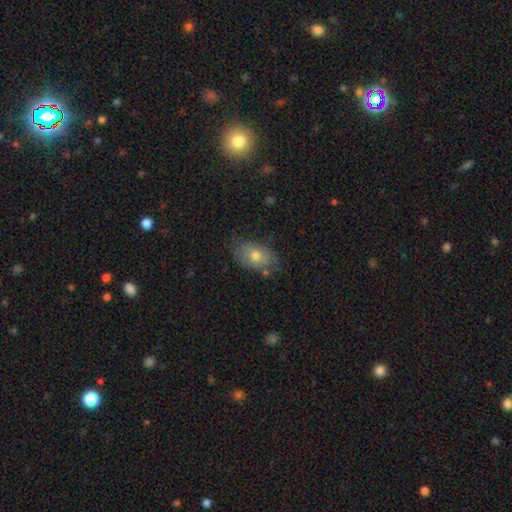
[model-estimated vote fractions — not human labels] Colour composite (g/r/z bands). It shows a smooth galaxy with no disk features (62%) that is in between round and cigar-shaped (84%). Merging: none (63%).